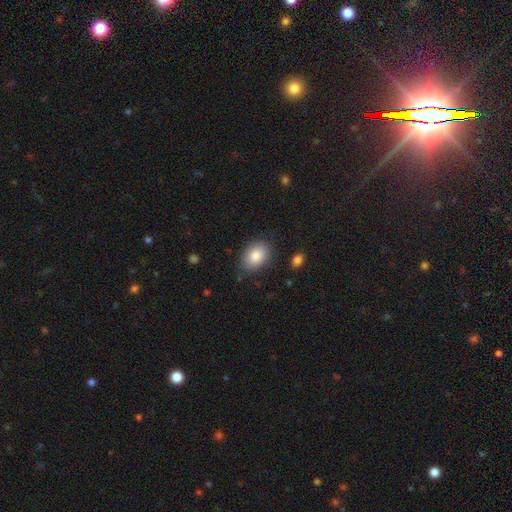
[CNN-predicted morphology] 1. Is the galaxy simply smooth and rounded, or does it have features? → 85% smooth, 8% featured or disk, 7% star or artifact.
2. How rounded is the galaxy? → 79% in between, 20% round, 1% cigar-shaped.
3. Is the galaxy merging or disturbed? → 78% none, 16% minor disturbance, 4% major disturbance, 2% merger.